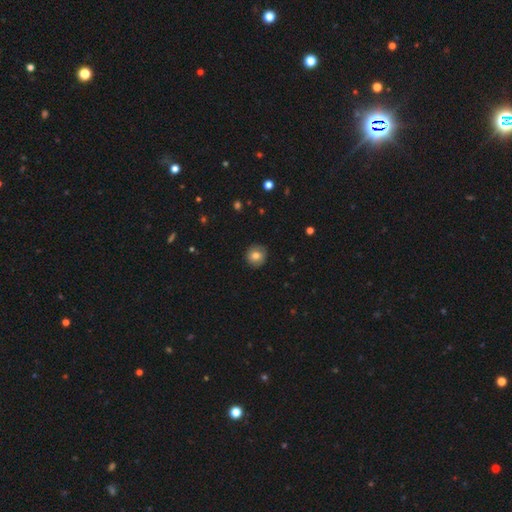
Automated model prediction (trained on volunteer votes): smooth-or-featured: smooth: 76% | featured or disk: 14% | star or artifact: 10%
  how-rounded: round: 91% | in between: 8% | cigar-shaped: 1%
  merging: none: 88% | minor disturbance: 9% | major disturbance: 2% | merger: 1%